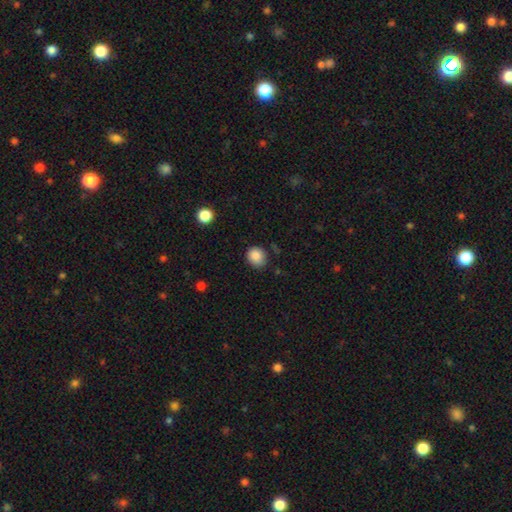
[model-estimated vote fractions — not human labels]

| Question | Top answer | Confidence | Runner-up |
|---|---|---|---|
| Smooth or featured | smooth | 85% | star or artifact (10%) |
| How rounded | round | 76% | in between (23%) |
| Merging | none | 78% | minor disturbance (17%) |